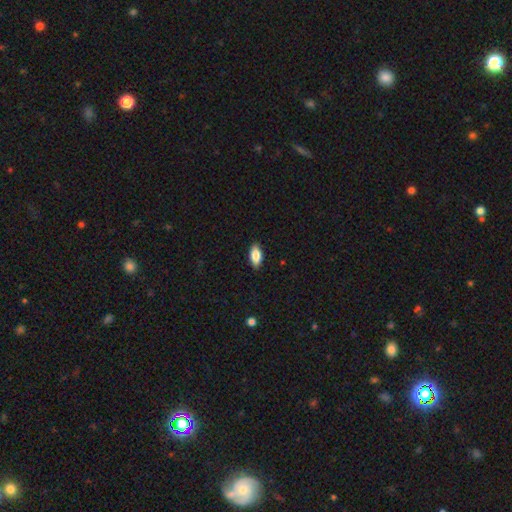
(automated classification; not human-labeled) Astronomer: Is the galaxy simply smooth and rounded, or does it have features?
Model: smooth — 84%.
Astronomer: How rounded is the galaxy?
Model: in between — 90%.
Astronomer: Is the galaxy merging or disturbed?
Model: none — 88%.